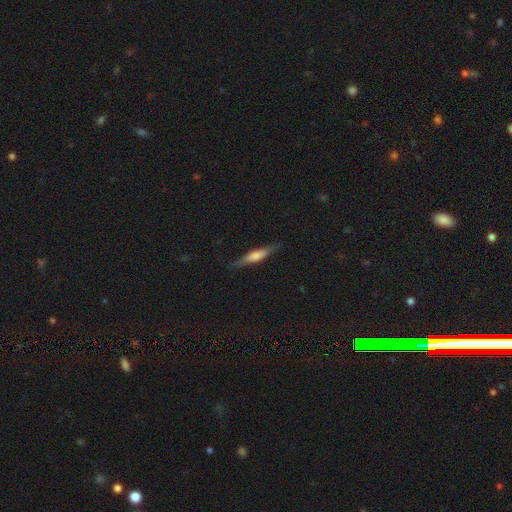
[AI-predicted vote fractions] Smooth or featured? featured or disk (52%)
Edge-on disk? yes (94%)
Merging? none (83%)